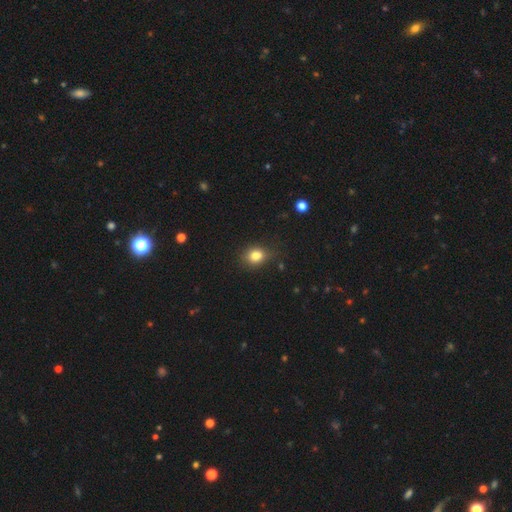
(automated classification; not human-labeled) Overall: smooth (82%). How rounded: round (55%; in between 44%). Merging: none (74%).